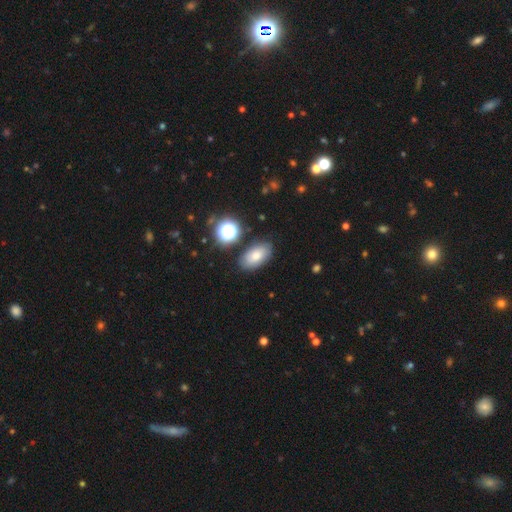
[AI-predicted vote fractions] smooth-or-featured: smooth: 71% | featured or disk: 16% | star or artifact: 13%
  how-rounded: in between: 91% | round: 7% | cigar-shaped: 2%
  merging: none: 80% | minor disturbance: 13% | merger: 4% | major disturbance: 4%